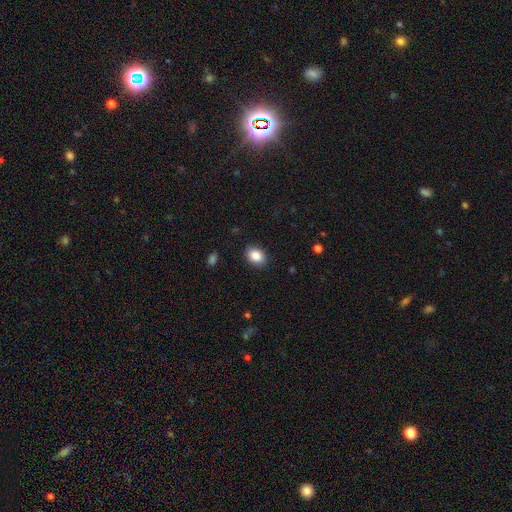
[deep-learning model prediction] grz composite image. It shows a smooth galaxy with no disk features (87%) that is in between round and cigar-shaped (65%). Merging: none (88%).